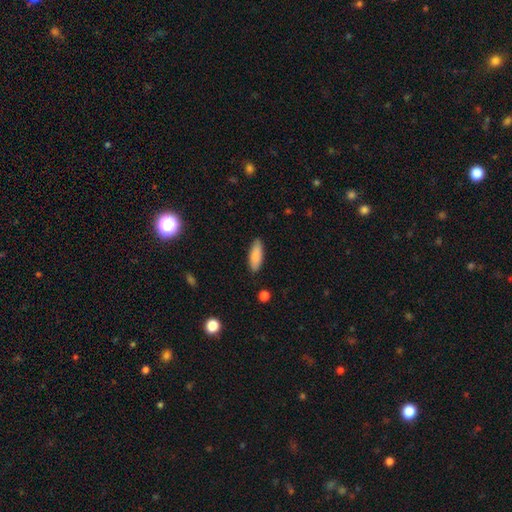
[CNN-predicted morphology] Overall: smooth (86%). How rounded: in between (63%; cigar-shaped 35%). Merging: none (87%).